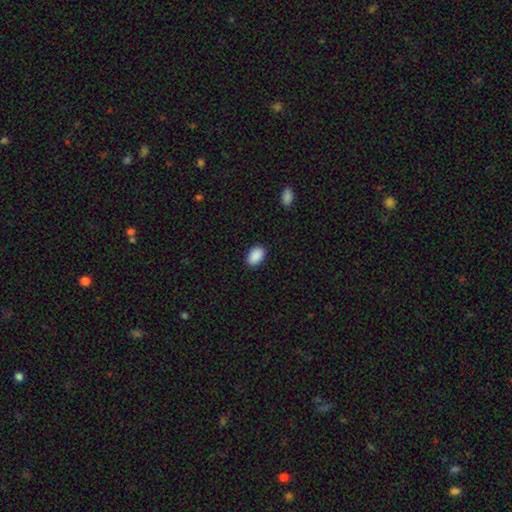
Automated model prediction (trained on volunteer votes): A smooth galaxy with no disk features (91%) that is in between round and cigar-shaped (91%). Merging: none (89%).